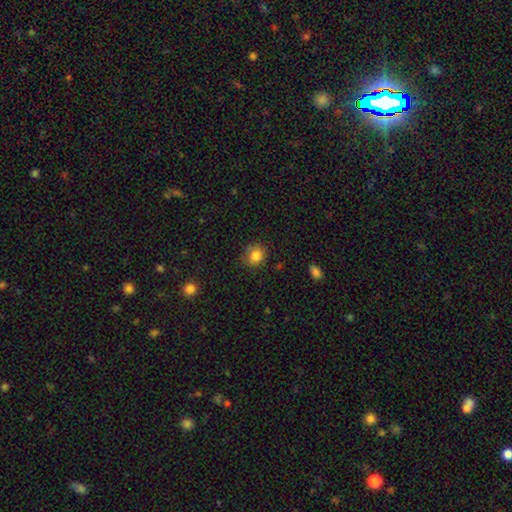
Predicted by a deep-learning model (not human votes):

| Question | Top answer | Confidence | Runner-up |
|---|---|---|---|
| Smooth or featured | smooth | 84% | star or artifact (10%) |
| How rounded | round | 75% | in between (24%) |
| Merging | none | 75% | minor disturbance (18%) |